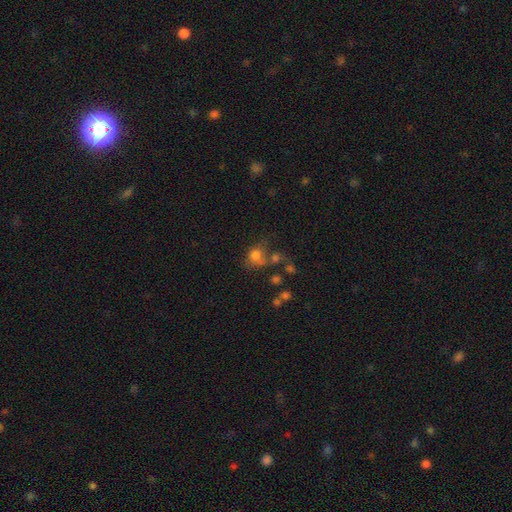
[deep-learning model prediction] Smooth or featured?
  - smooth: 72% *
  - star or artifact: 14%
  - featured or disk: 14%
How rounded?
  - round: 68% *
  - in between: 31%
  - cigar-shaped: 1%
Merging?
  - merger: 35% *
  - none: 34%
  - major disturbance: 16%
  - minor disturbance: 15%